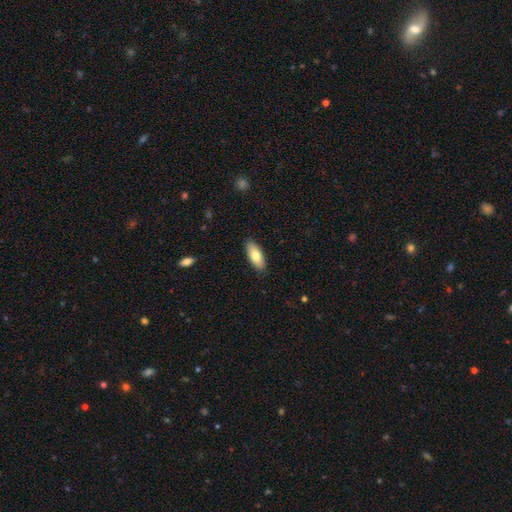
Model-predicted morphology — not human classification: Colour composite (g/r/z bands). It shows a smooth galaxy with no disk features (75%) that is in between round and cigar-shaped (81%). Merging: none (88%).